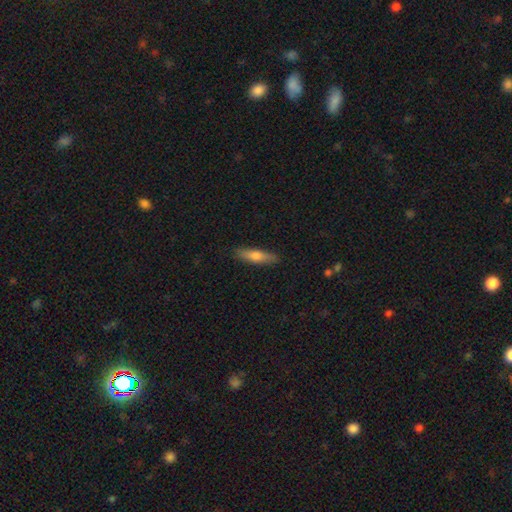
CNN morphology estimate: smooth 63%, featured or disk 31%, star or artifact 6%. Down the decision tree: how rounded — cigar-shaped (76%); merging — none (89%).